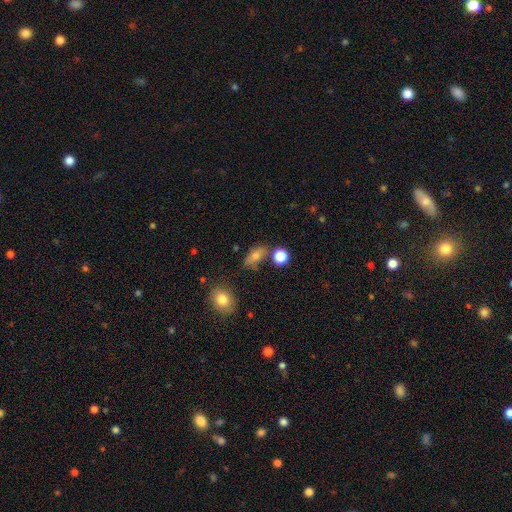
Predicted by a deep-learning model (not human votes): smooth_or_featured: smooth (p=0.63) [alt: featured or disk p=0.21]
how_rounded: in between (p=0.70) [alt: round p=0.20]
merging: none (p=0.65) [alt: minor disturbance p=0.19]